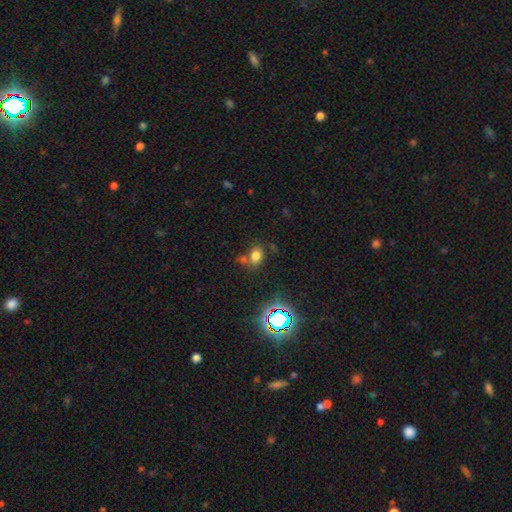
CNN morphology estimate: A smooth galaxy with no disk features (70%) that is in between round and cigar-shaped (63%). Merging: none (62%).